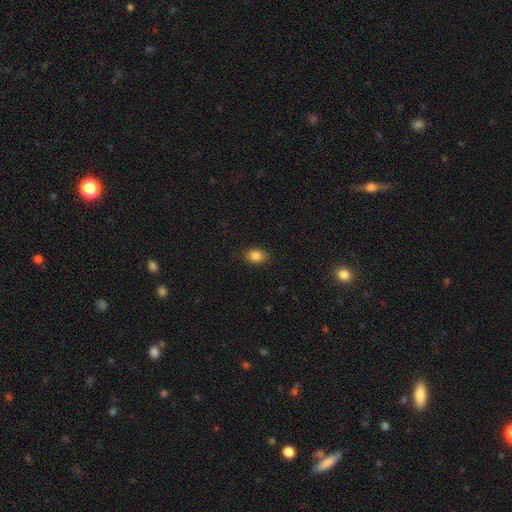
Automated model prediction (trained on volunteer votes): This is clearly a smooth galaxy (84%). How rounded: likely in between (72%). Merging: clearly none (85%).